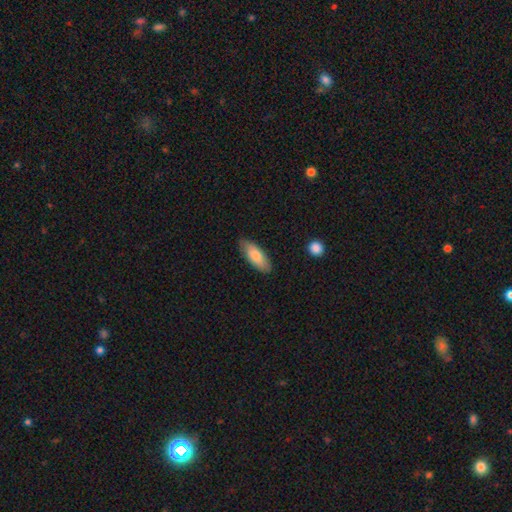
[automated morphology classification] Smooth or featured: smooth — 80% (featured or disk — 15%)
How rounded: in between — 74% (cigar-shaped — 25%)
Merging: none — 84% (minor disturbance — 13%)